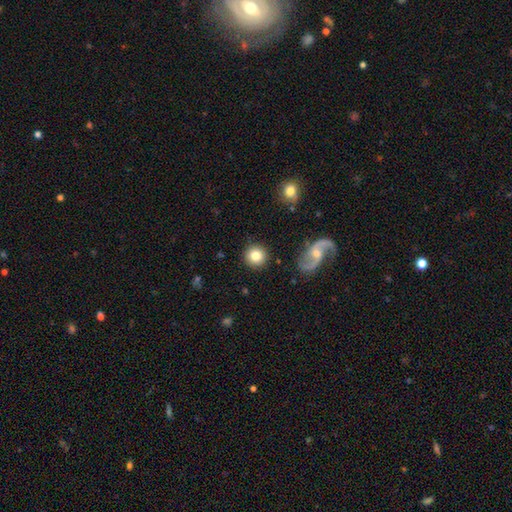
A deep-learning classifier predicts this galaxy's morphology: This appears to be a smooth galaxy with no disk features (78%) that is round (95%). Merging: none (90%).